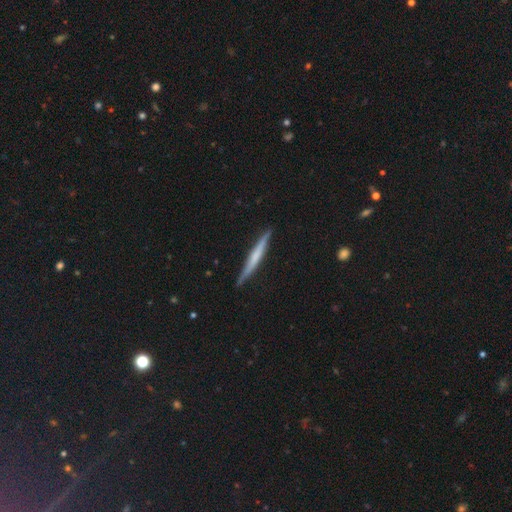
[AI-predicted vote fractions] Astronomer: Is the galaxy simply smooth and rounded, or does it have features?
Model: featured or disk — 55% (runner-up: smooth, 40%).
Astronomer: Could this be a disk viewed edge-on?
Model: yes — 97%.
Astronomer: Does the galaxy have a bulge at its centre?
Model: none — 56%.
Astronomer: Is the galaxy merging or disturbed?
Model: none — 89%.